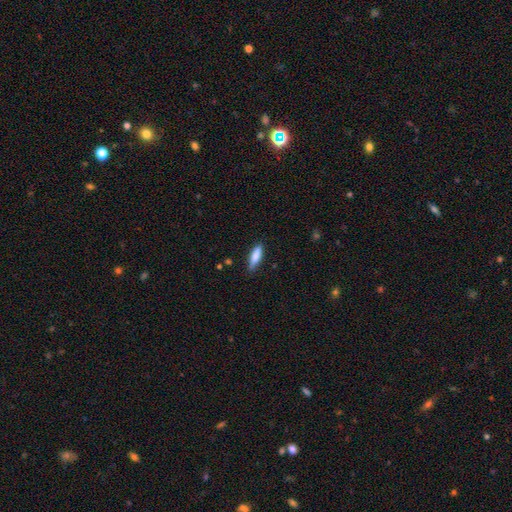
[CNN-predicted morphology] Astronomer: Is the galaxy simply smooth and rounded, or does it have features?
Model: smooth — 80%.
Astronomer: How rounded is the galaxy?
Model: cigar-shaped — 57% (runner-up: in between, 42%).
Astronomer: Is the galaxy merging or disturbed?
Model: none — 81%.